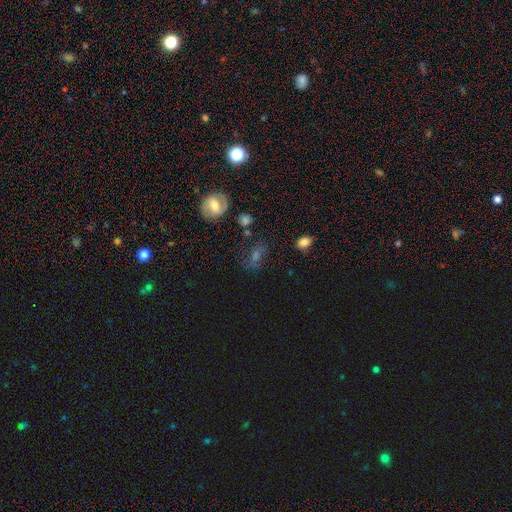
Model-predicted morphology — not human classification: smooth 37%, featured or disk 32%, star or artifact 31%. Down the decision tree: merging — none (71%).